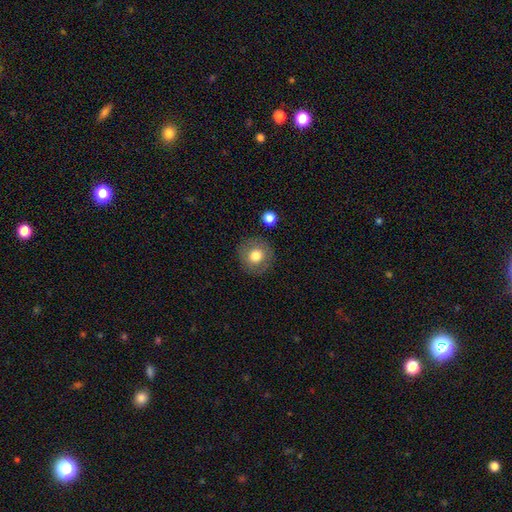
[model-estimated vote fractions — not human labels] Smooth or featured?
  - smooth: 75% *
  - featured or disk: 16%
  - star or artifact: 9%
How rounded?
  - round: 92% *
  - in between: 7%
  - cigar-shaped: 1%
Merging?
  - none: 87% *
  - minor disturbance: 8%
  - major disturbance: 3%
  - merger: 2%